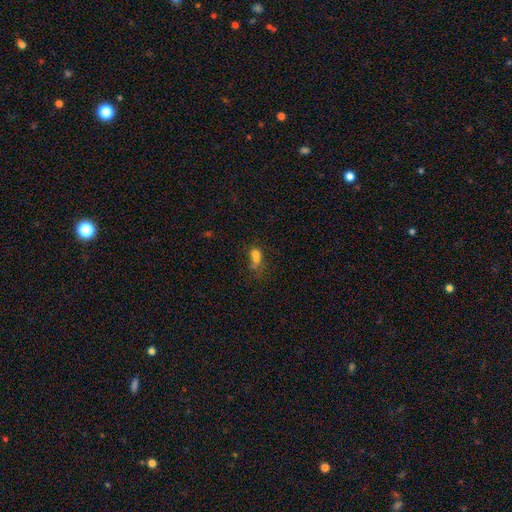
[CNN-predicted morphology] The model was most divided on "how rounded": round: 57%, in between: 41%, cigar-shaped: 2%. More confident: smooth or featured — smooth (62%); merging — merger (56%).